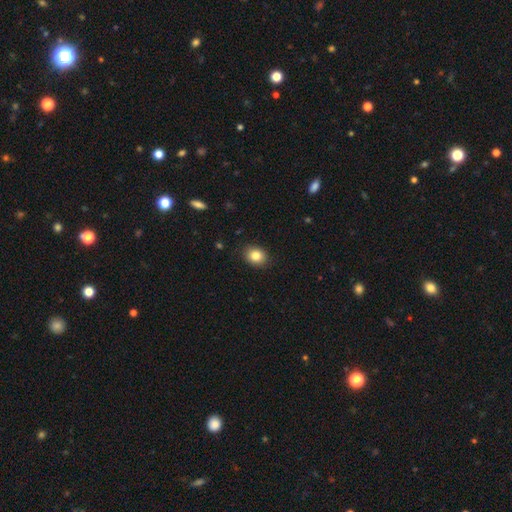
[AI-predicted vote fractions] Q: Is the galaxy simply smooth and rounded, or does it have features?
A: smooth — 84%.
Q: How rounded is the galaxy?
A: in between — 50%, tied with round.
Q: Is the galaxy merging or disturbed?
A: none — 89%.